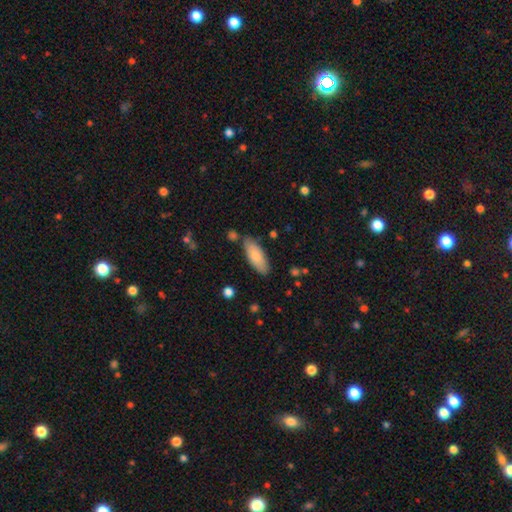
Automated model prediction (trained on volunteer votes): smooth-or-featured: smooth: 78% | featured or disk: 16% | star or artifact: 6%
  how-rounded: in between: 71% | cigar-shaped: 27% | round: 2%
  merging: none: 78% | minor disturbance: 15% | merger: 5% | major disturbance: 3%